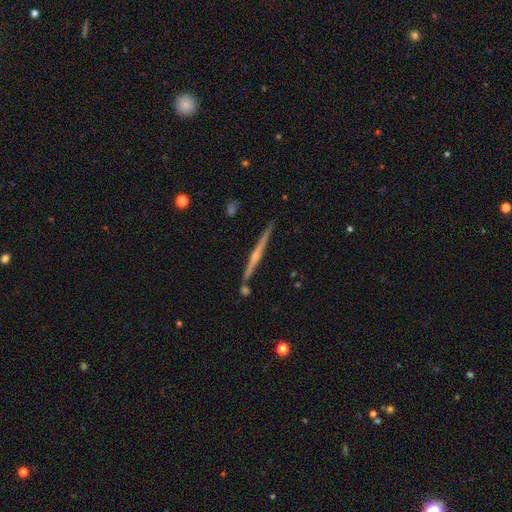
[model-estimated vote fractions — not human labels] Overall: featured or disk (78%). Edge-on disk: yes (98%). Edge-on bulge: rounded (70%). Merging: none (86%).